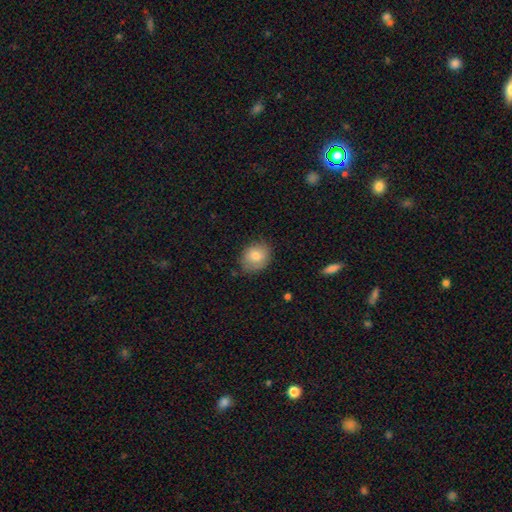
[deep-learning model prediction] Q: Smooth or featured?
A: smooth (80%); runner-up: featured or disk (12%)
Q: How rounded?
A: round (57%); runner-up: in between (42%)
Q: Merging?
A: none (76%); runner-up: minor disturbance (19%)